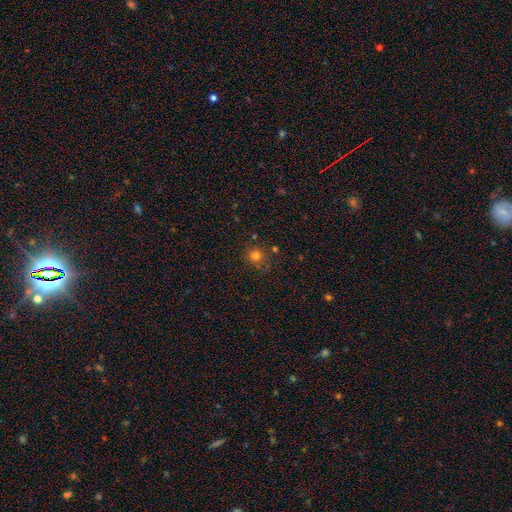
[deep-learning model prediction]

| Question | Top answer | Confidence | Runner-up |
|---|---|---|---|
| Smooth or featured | smooth | 77% | star or artifact (16%) |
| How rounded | round | 86% | in between (13%) |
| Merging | none | 75% | minor disturbance (14%) |